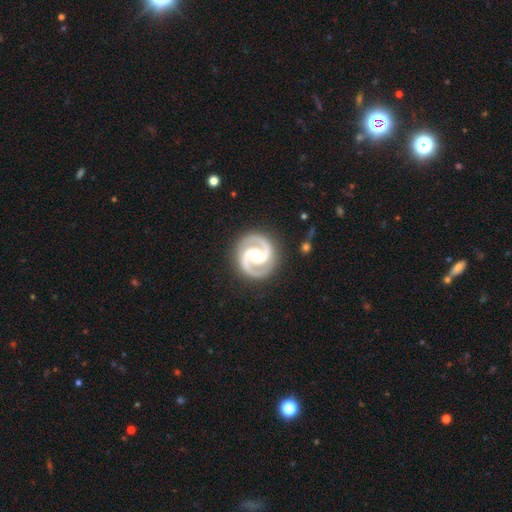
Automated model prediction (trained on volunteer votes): Smooth or featured? featured or disk (94%)
Edge-on disk? no (99%)
Bar? weak (39%)
Spiral arms? yes (99%)
Spiral winding? medium (57%)
Spiral arm count? 2 (95%)
Bulge size? moderate (66%)
Merging? none (88%)